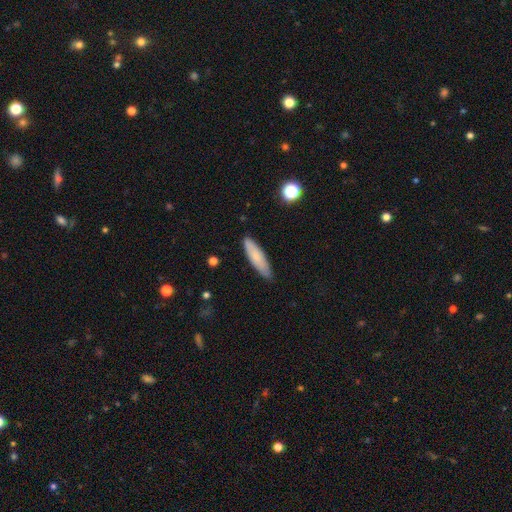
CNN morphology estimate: Smooth or featured: smooth — 76% (featured or disk — 18%)
How rounded: cigar-shaped — 68% (in between — 31%)
Merging: none — 83% (minor disturbance — 13%)